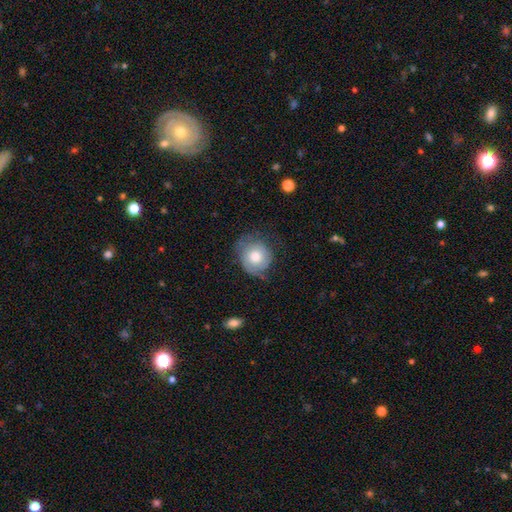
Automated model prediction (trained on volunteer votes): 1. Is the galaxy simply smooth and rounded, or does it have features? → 56% smooth, 37% featured or disk, 7% star or artifact.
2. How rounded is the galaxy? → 81% round, 18% in between, 1% cigar-shaped.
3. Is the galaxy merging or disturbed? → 54% none, 29% minor disturbance, 15% major disturbance, 2% merger.